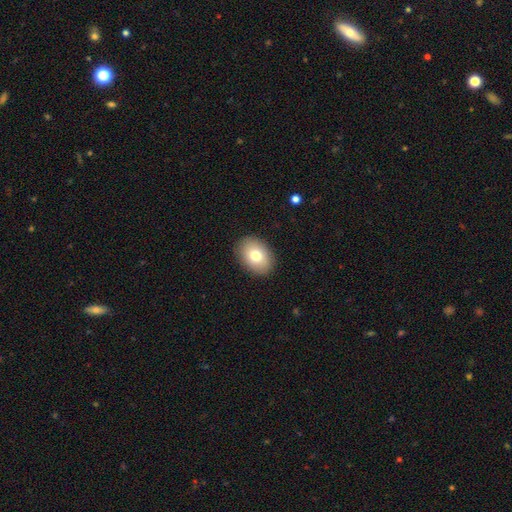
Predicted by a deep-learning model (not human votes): Smooth or featured? Predicted: smooth (p=0.77). How rounded? Predicted: in between (p=0.77). Merging? Predicted: none (p=0.90).